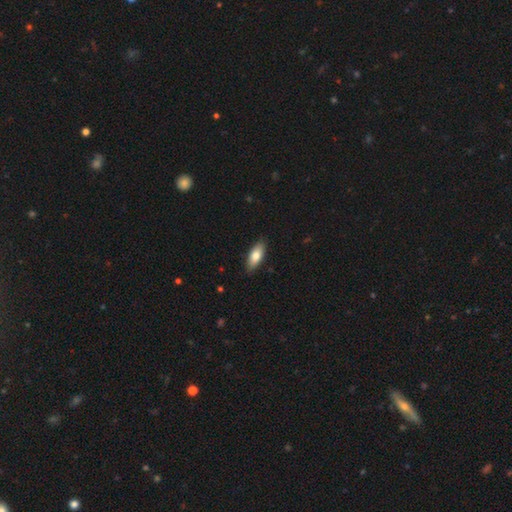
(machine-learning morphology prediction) This is likely a smooth galaxy (77%). How rounded: likely in between (79%). Merging: clearly none (86%).